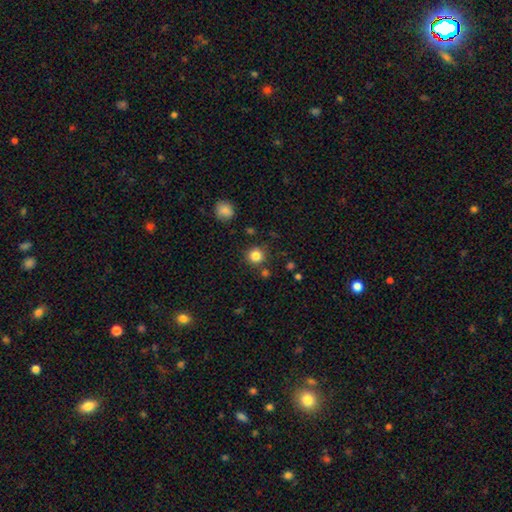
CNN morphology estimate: Overall: smooth (84%). How rounded: round (93%). Merging: none (84%).